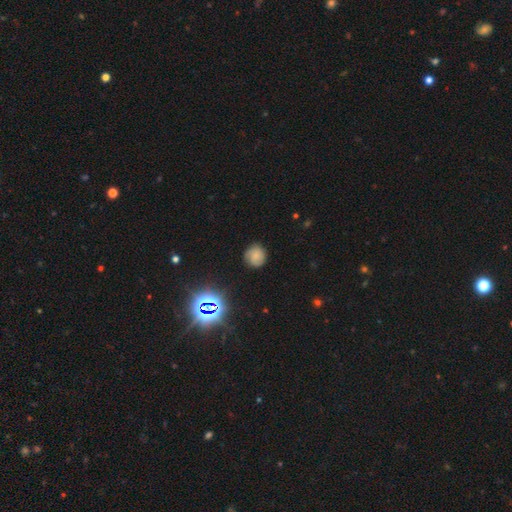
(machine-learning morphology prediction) smooth-or-featured: smooth: 65% | featured or disk: 19% | star or artifact: 16%
  how-rounded: round: 88% | in between: 11% | cigar-shaped: 1%
  merging: none: 80% | minor disturbance: 15% | major disturbance: 4% | merger: 1%